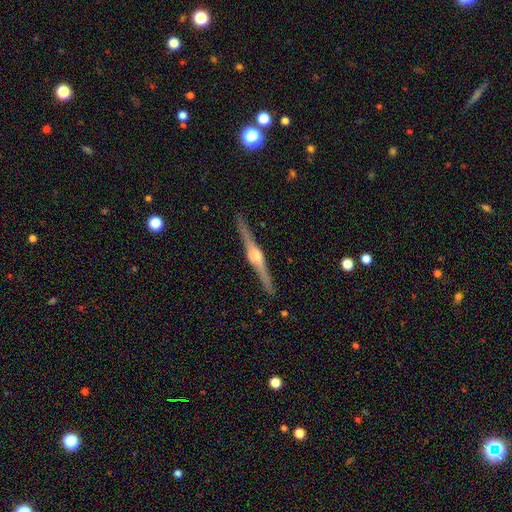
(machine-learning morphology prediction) The model was most divided on "smooth or featured": featured or disk: 85%, smooth: 10%, star or artifact: 5%. More confident: edge-on disk — yes (98%); merging — none (90%); edge-on bulge — rounded (88%).